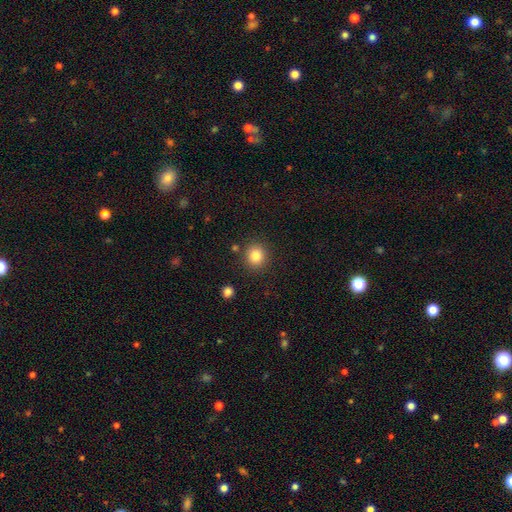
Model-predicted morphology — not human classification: This is clearly a smooth galaxy (84%). How rounded: clearly round (86%). Merging: clearly none (87%).